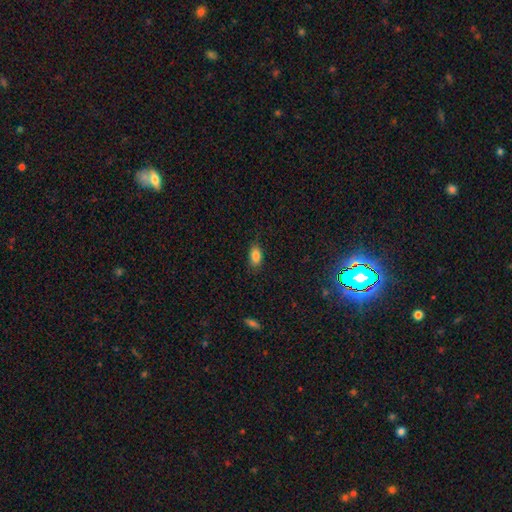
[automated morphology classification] Smooth or featured? smooth (85%)
How rounded? in between (88%)
Merging? none (81%)